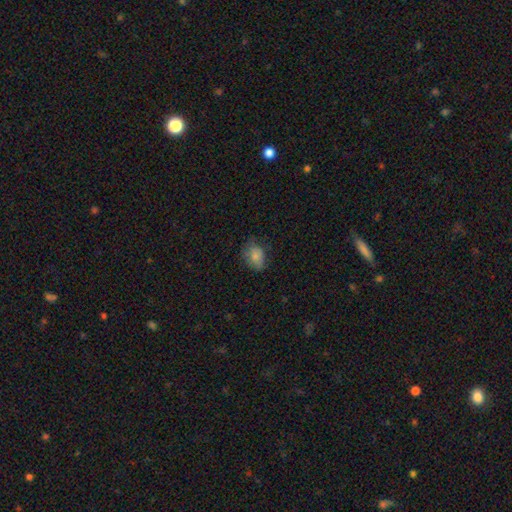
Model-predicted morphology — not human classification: Overall: smooth (81%). How rounded: in between (70%). Merging: none (63%; minor disturbance 26%).